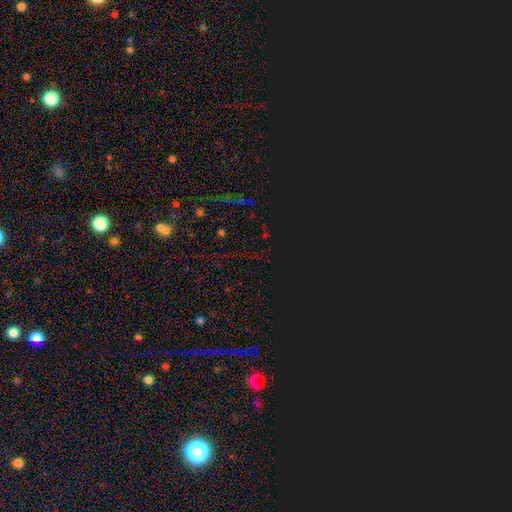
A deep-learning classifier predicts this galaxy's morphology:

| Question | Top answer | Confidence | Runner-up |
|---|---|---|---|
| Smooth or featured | star or artifact | 81% | smooth (12%) |